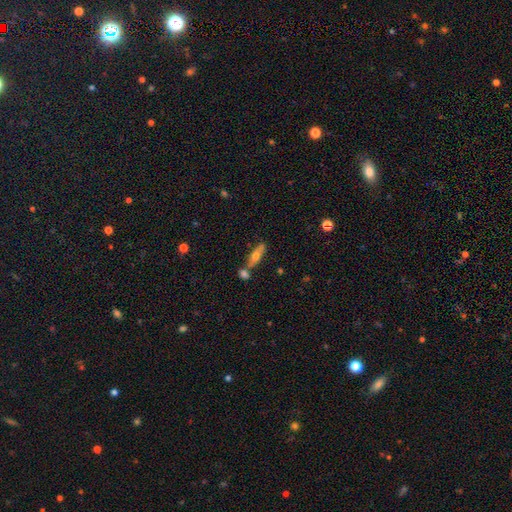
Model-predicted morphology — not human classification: The model was most divided on "smooth or featured": smooth: 54%, featured or disk: 39%, star or artifact: 7%. More confident: merging — none (61%); how rounded — cigar-shaped (59%).